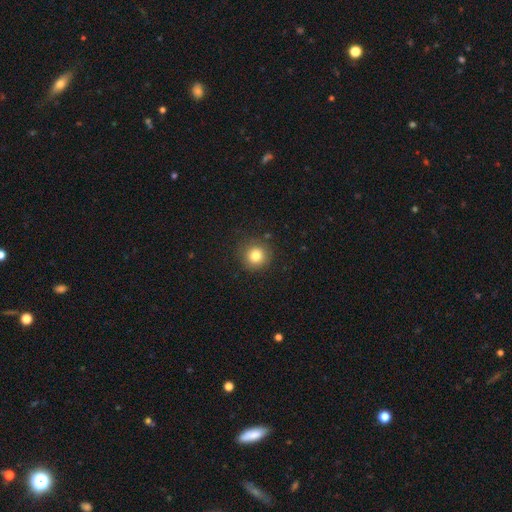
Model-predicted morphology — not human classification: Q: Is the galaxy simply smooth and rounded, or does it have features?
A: smooth — 81%.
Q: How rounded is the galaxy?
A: round — 94%.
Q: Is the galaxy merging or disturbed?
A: none — 87%.